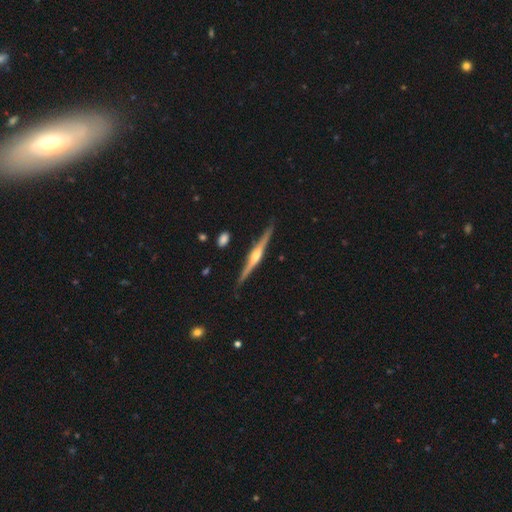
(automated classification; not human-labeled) This is clearly a featured or disk galaxy (83%). It is clearly viewed edge-on (98%). Edge-on bulge: clearly rounded (86%). Merging: clearly none (89%).